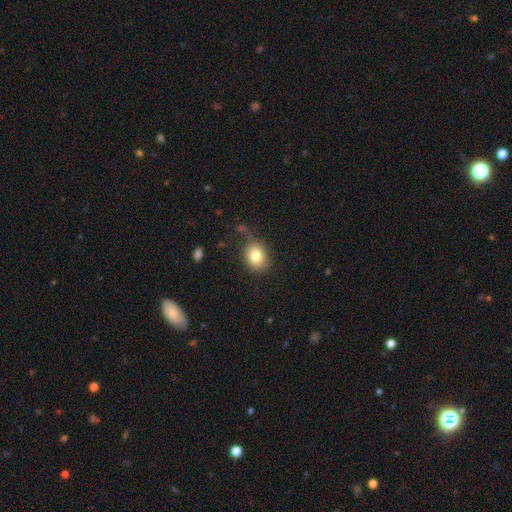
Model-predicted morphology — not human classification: smooth-or-featured: smooth: 81% | star or artifact: 10% | featured or disk: 9%
  how-rounded: round: 55% | in between: 44% | cigar-shaped: 1%
  merging: none: 71% | minor disturbance: 18% | major disturbance: 7% | merger: 3%